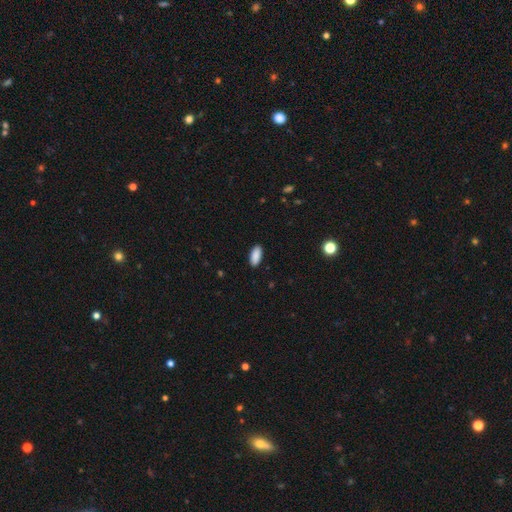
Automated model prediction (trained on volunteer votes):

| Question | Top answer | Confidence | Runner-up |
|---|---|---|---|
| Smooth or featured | smooth | 90% | star or artifact (7%) |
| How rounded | in between | 90% | cigar-shaped (8%) |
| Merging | none | 90% | minor disturbance (8%) |